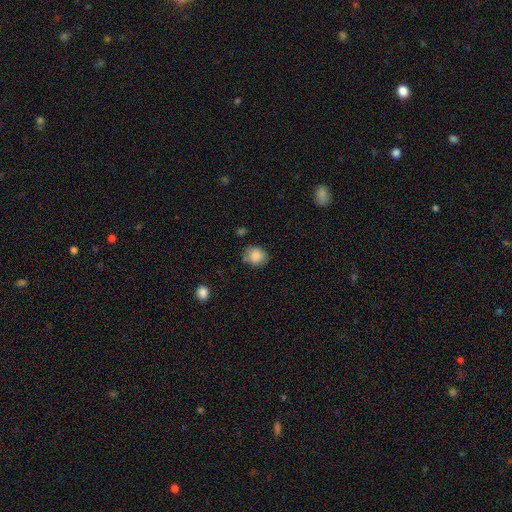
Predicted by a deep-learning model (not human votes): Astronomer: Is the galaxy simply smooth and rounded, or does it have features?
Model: smooth — 85%.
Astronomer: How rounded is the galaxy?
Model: round — 68%.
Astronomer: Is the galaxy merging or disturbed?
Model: none — 72%.